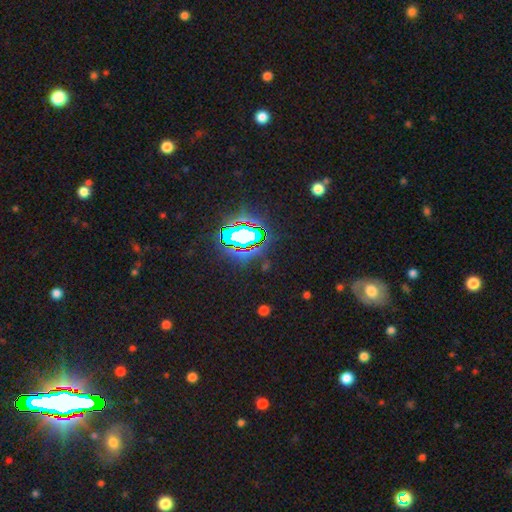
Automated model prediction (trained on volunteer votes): Smooth or featured?
  - star or artifact: 82% *
  - smooth: 11%
  - featured or disk: 8%